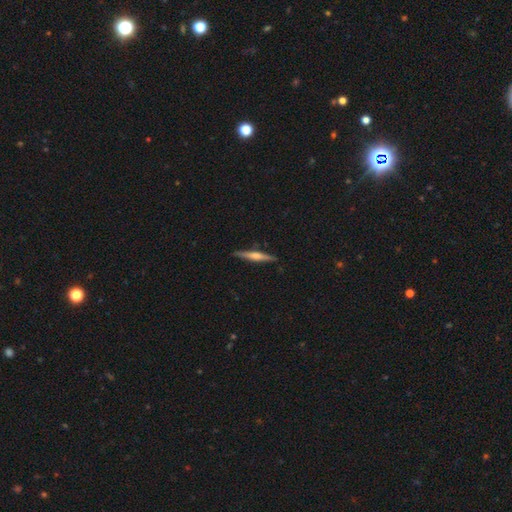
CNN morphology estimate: type=featured or disk (65%); edge-on=yes (98%); edge-on bulge=rounded (75%); merging=none (90%).